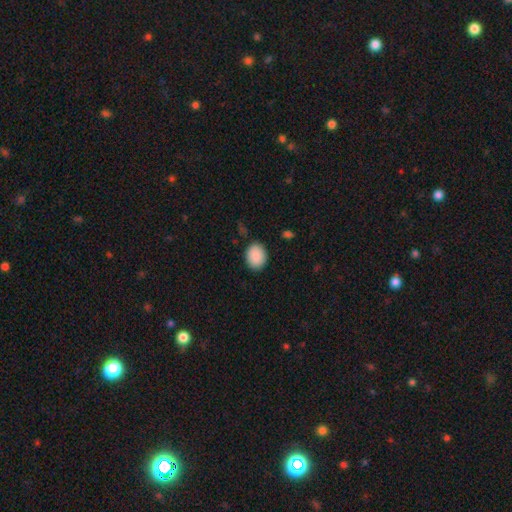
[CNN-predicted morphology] type=smooth (90%); roundness=in between (57%); merging=none (86%).